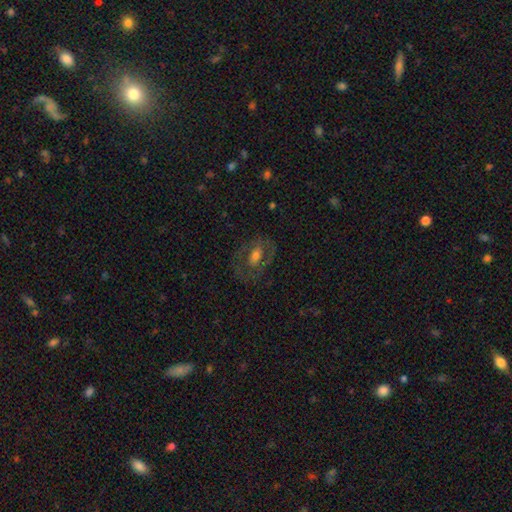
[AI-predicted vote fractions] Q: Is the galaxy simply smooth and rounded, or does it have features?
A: featured or disk — 52%.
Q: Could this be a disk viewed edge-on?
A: no — 94%.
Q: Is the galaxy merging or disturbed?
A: none — 68%.